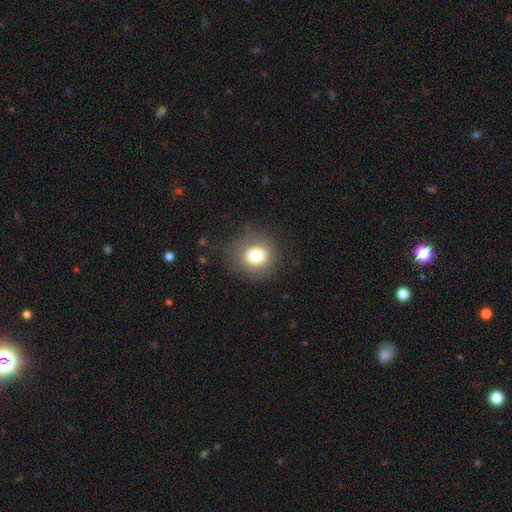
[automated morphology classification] A smooth galaxy with no disk features (77%) that is round (87%).

Vote fractions:
- Smooth or featured? smooth: 77% / star or artifact: 12% / featured or disk: 11%
- How rounded? round: 87% / in between: 12% / cigar-shaped: 1%
- Merging? none: 84% / minor disturbance: 10% / major disturbance: 5% / merger: 1%